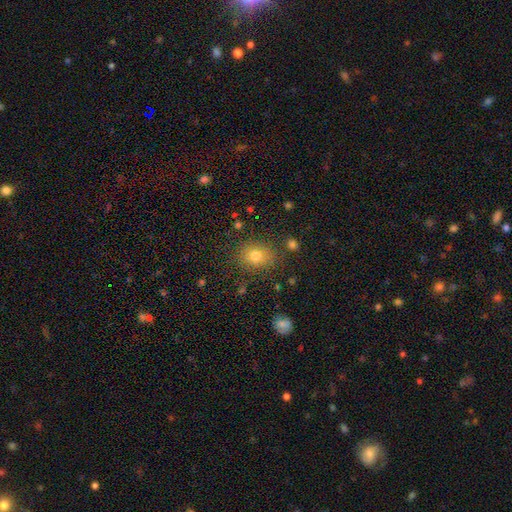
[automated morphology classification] Smooth or featured?
  - smooth: 75% *
  - star or artifact: 14%
  - featured or disk: 11%
How rounded?
  - round: 52% *
  - in between: 47%
  - cigar-shaped: 1%
Merging?
  - none: 82% *
  - minor disturbance: 11%
  - major disturbance: 4%
  - merger: 3%